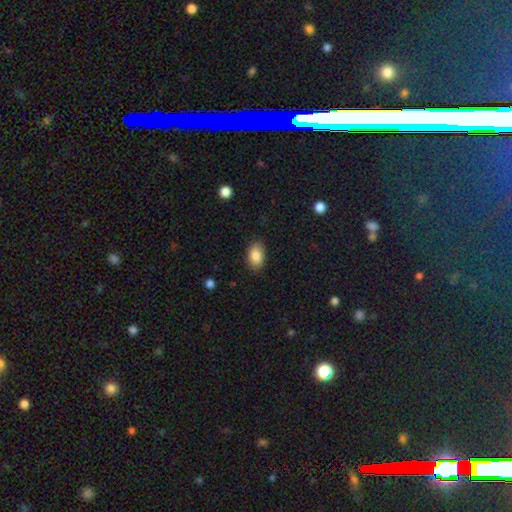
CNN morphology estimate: The model was most divided on "merging": none: 87%, minor disturbance: 10%, major disturbance: 2%, merger: 1%. More confident: how rounded — in between (91%); smooth or featured — smooth (87%).